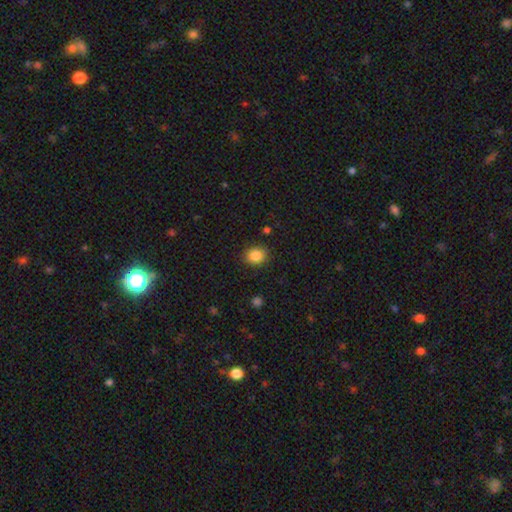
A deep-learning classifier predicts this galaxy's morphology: Overall: smooth (86%). How rounded: round (63%; in between 36%). Merging: none (87%).